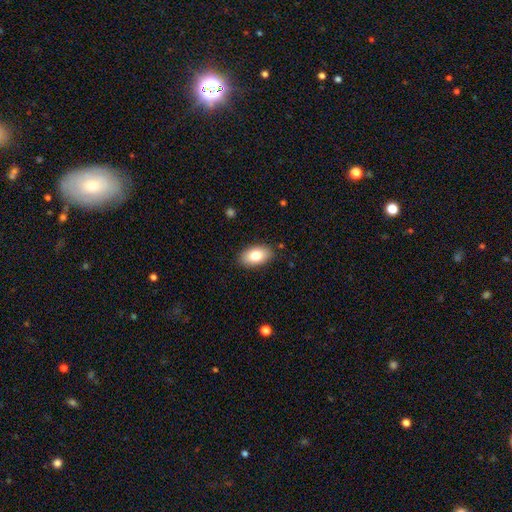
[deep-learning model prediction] Overall: smooth (80%). How rounded: in between (93%). Merging: none (87%).